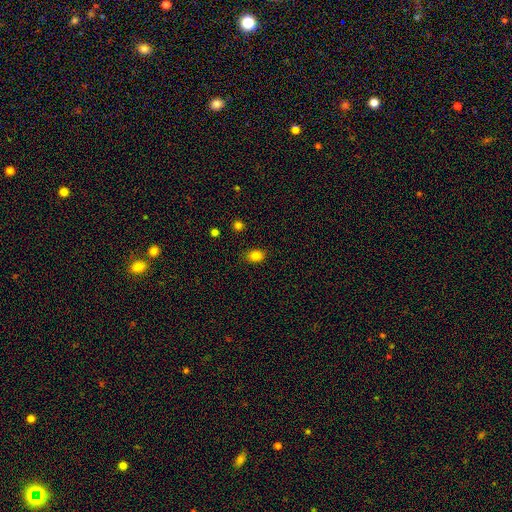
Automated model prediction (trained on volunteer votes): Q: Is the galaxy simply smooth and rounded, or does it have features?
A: smooth — 83%.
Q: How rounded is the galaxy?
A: in between — 68%.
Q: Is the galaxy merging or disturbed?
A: none — 83%.